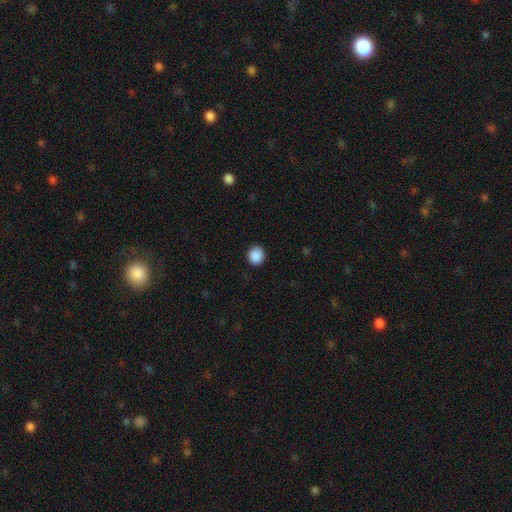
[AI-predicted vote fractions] Smooth or featured: smooth — 89% (star or artifact — 8%)
How rounded: round — 86% (in between — 13%)
Merging: none — 91% (minor disturbance — 6%)